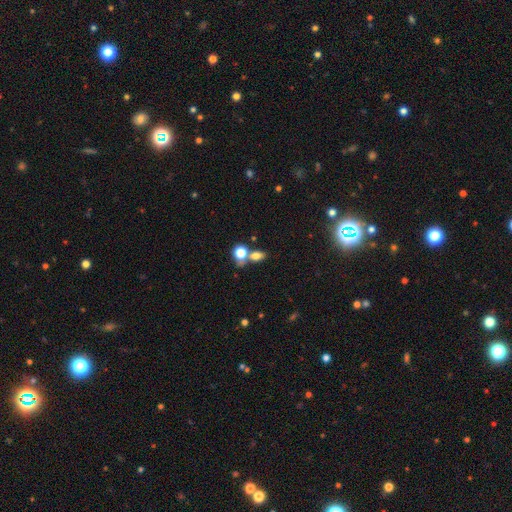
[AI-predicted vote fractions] The model was most divided on "merging": none: 45%, merger: 40%, minor disturbance: 10%, major disturbance: 5%. More confident: smooth or featured — smooth (74%); how rounded — in between (69%).